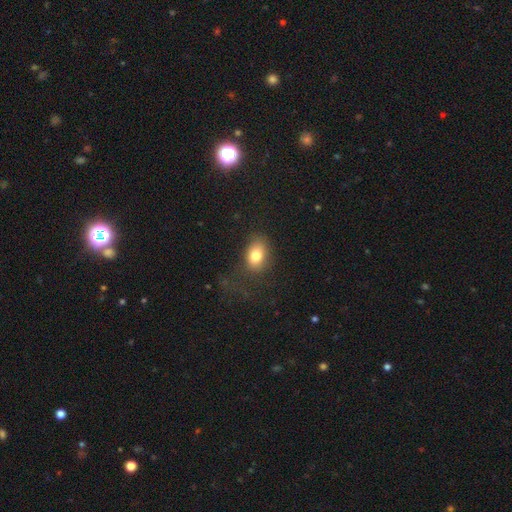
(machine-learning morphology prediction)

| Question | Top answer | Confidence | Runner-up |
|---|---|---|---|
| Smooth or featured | smooth | 79% | featured or disk (11%) |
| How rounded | in between | 76% | round (22%) |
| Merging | none | 67% | minor disturbance (18%) |